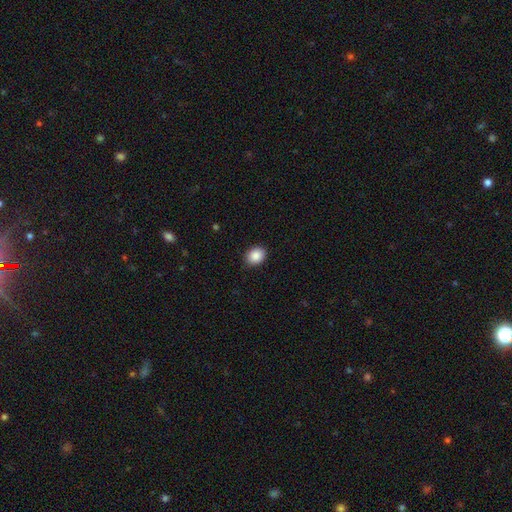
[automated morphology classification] Smooth or featured?
  - smooth: 88% *
  - star or artifact: 8%
  - featured or disk: 4%
How rounded?
  - round: 54% *
  - in between: 45%
  - cigar-shaped: 1%
Merging?
  - none: 89% *
  - minor disturbance: 8%
  - major disturbance: 2%
  - merger: 1%